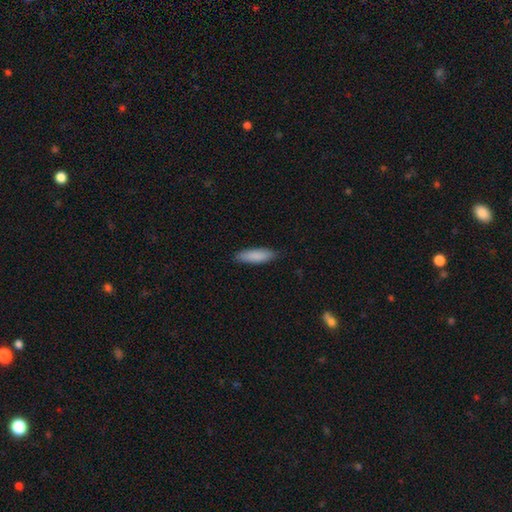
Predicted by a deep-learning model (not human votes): smooth 88%, featured or disk 7%, star or artifact 6%. Down the decision tree: how rounded — cigar-shaped (53%); merging — none (86%).